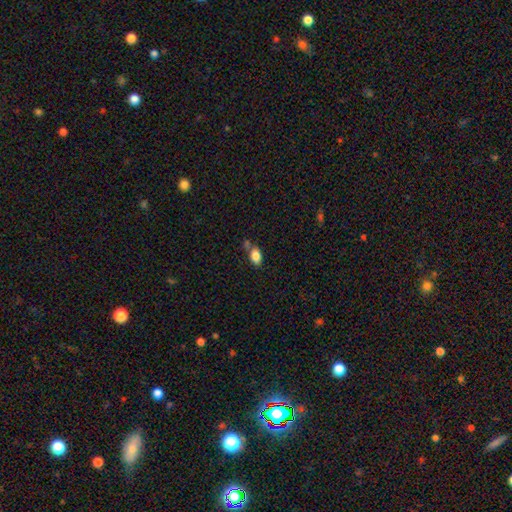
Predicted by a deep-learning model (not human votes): Overall: smooth (85%). How rounded: in between (90%). Merging: none (59%; merger 19%).